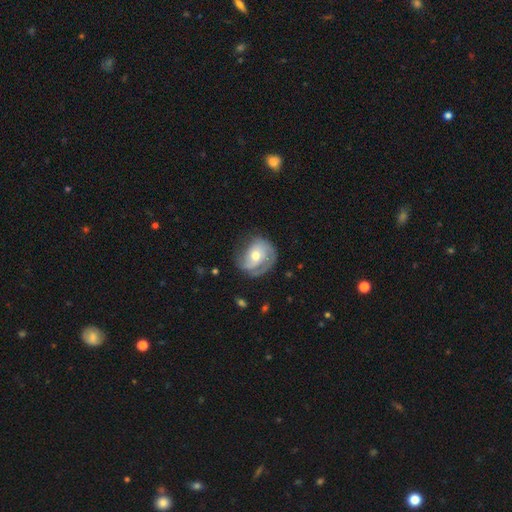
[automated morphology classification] smooth-or-featured: featured or disk: 70% | smooth: 24% | star or artifact: 6%
  disk-edge-on: no: 97% | yes: 3%
    bar: no: 65% | weak: 28% | strong: 7%
    has-spiral-arms: yes: 88% | no: 12%
      spiral-winding: tight: 45% | medium: 37% | loose: 19%
      spiral-arm-count: 2: 37% | 1: 33% | can't tell: 18% | 3: 8% | 4: 2% | more than 4: 2%
    bulge-size: moderate: 66% | small: 25% | large: 6% | none: 1% | dominant: 1%
  merging: none: 58% | minor disturbance: 24% | major disturbance: 17% | merger: 2%